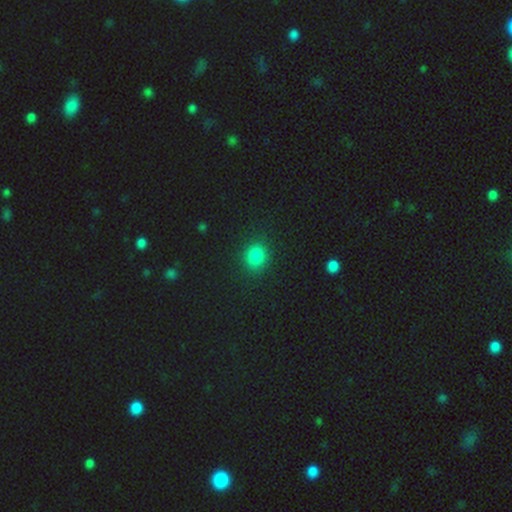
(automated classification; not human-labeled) Overall: smooth (81%). How rounded: round (71%). Merging: none (88%).